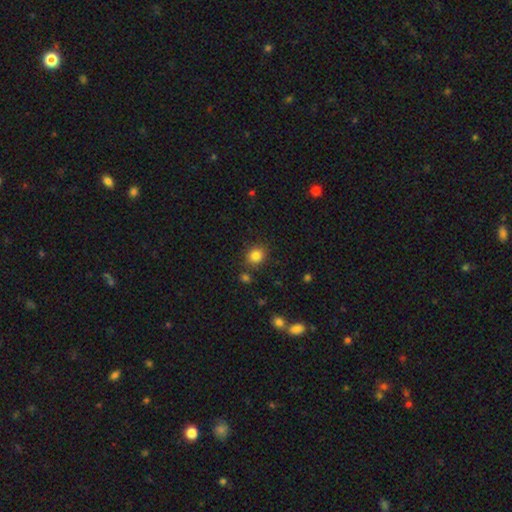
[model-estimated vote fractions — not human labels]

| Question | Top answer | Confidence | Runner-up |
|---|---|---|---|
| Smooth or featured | smooth | 84% | star or artifact (11%) |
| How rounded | round | 76% | in between (23%) |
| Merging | none | 82% | minor disturbance (10%) |